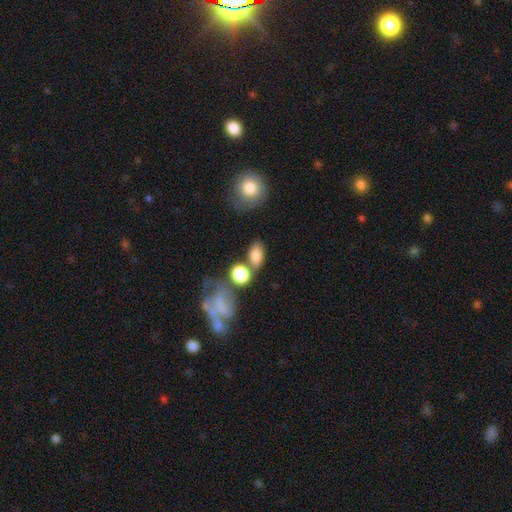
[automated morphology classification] Q: Smooth or featured?
A: smooth (80%); runner-up: star or artifact (10%)
Q: How rounded?
A: in between (83%); runner-up: round (15%)
Q: Merging?
A: none (65%); runner-up: merger (14%)